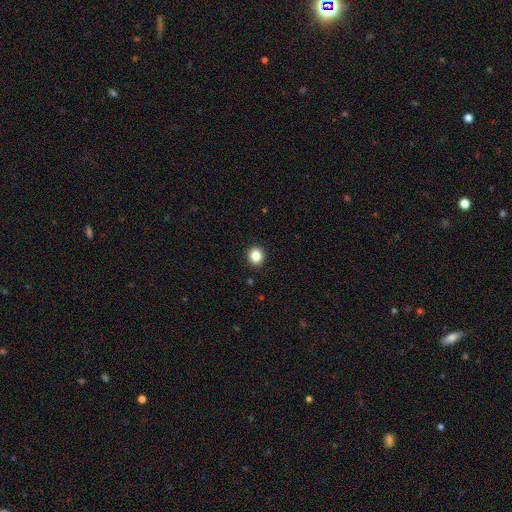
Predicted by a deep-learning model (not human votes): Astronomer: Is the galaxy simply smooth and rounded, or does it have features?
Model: smooth — 86%.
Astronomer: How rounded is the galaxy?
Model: round — 78%.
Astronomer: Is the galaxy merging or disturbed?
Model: none — 92%.